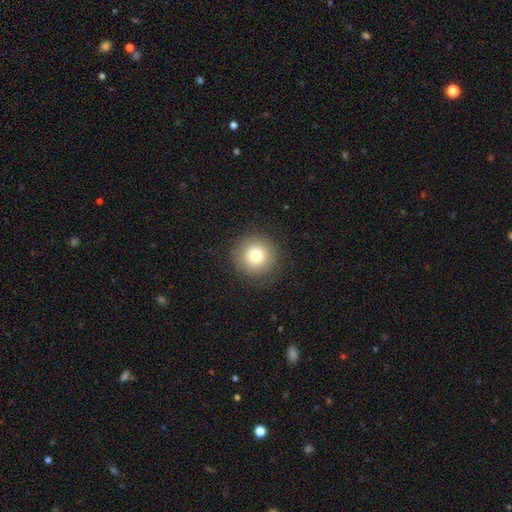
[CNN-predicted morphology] A smooth galaxy with no disk features (77%) that is round (96%).

Vote fractions:
- Smooth or featured? smooth: 77% / featured or disk: 12% / star or artifact: 11%
- How rounded? round: 96% / in between: 3% / cigar-shaped: 1%
- Merging? none: 88% / minor disturbance: 8% / major disturbance: 3% / merger: 1%